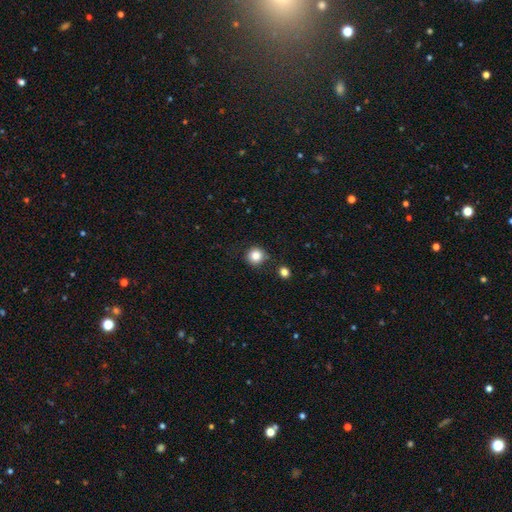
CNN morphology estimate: Smooth or featured? smooth (84%)
How rounded? round (92%)
Merging? none (82%)